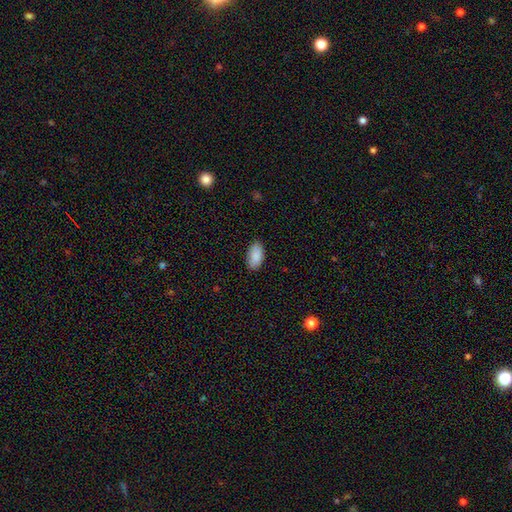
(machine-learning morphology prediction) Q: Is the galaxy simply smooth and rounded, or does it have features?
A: smooth — 90%.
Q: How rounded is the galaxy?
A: in between — 95%.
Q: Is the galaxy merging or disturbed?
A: none — 86%.